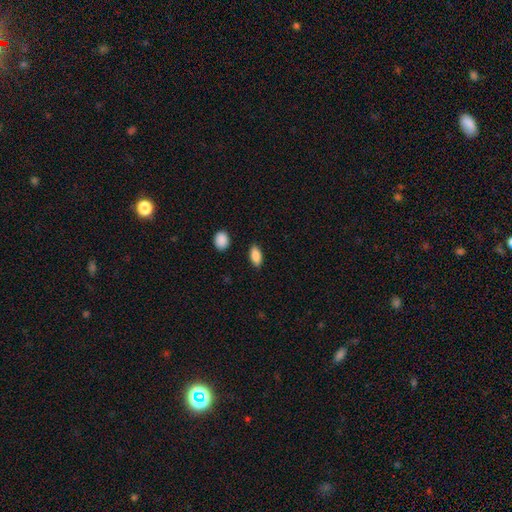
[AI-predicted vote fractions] Q: Smooth or featured?
A: smooth (88%); runner-up: star or artifact (7%)
Q: How rounded?
A: in between (89%); runner-up: cigar-shaped (7%)
Q: Merging?
A: none (88%); runner-up: minor disturbance (8%)